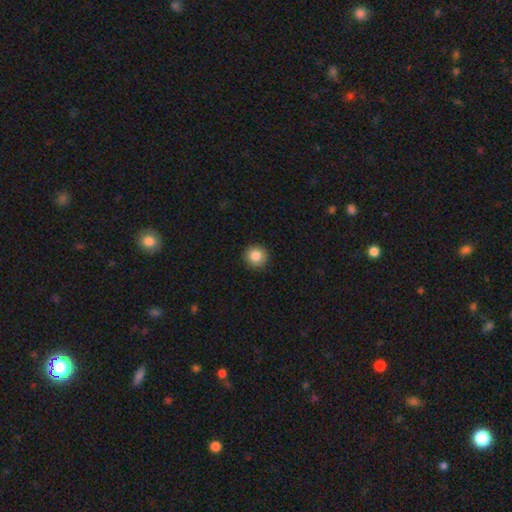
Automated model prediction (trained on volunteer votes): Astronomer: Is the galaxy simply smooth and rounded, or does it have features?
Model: smooth — 86%.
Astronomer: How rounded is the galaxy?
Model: round — 93%.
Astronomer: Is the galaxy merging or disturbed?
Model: none — 92%.